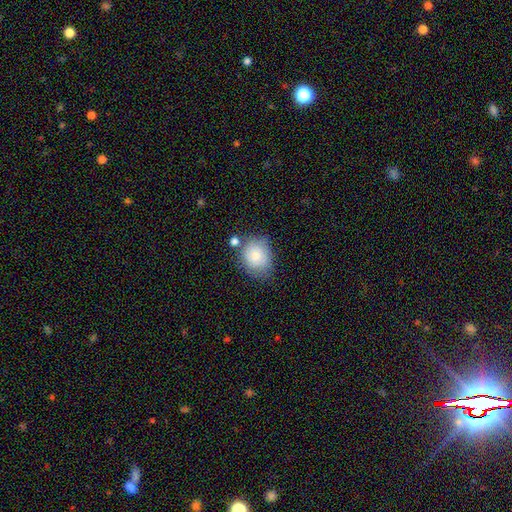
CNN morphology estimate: A smooth galaxy with no disk features (79%) that is round (56%). Merging: none (59%).